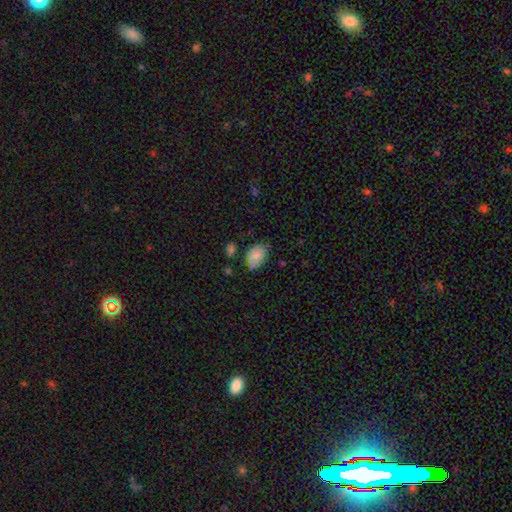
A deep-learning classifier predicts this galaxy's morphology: Smooth or featured? smooth (81%)
How rounded? in between (83%)
Merging? none (55%)